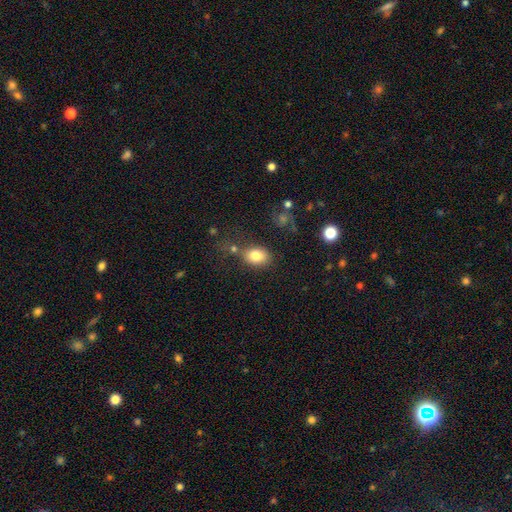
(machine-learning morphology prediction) A smooth galaxy with no disk features (81%) that is in between round and cigar-shaped (71%).

Vote fractions:
- Smooth or featured? smooth: 81% / star or artifact: 10% / featured or disk: 9%
- How rounded? in between: 71% / round: 27% / cigar-shaped: 1%
- Merging? none: 66% / minor disturbance: 16% / merger: 12% / major disturbance: 7%